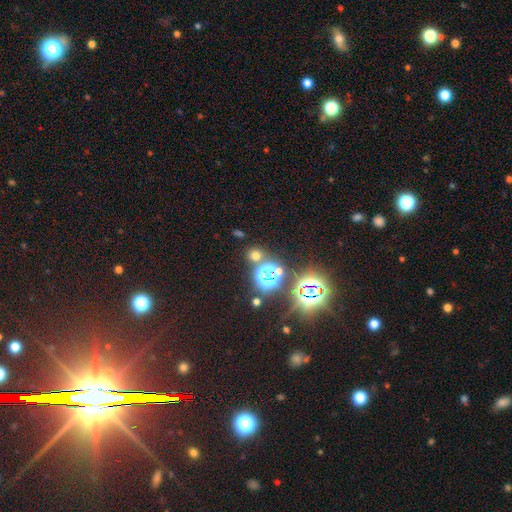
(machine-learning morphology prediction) This is possibly a smooth galaxy (51%). How rounded: clearly round (84%). Merging: likely none (76%).